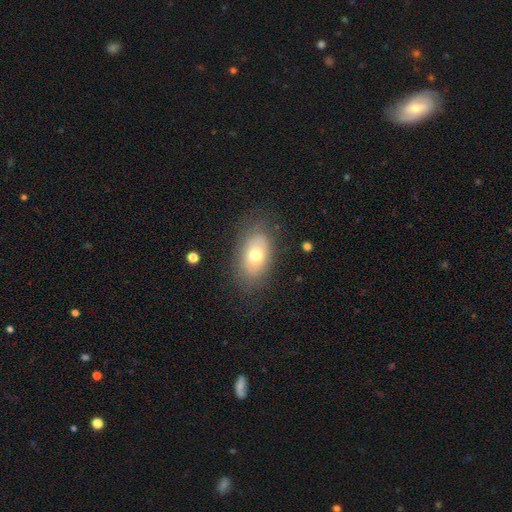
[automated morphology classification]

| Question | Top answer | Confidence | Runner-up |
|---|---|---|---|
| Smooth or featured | smooth | 65% | featured or disk (26%) |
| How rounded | in between | 88% | round (11%) |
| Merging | none | 77% | minor disturbance (16%) |